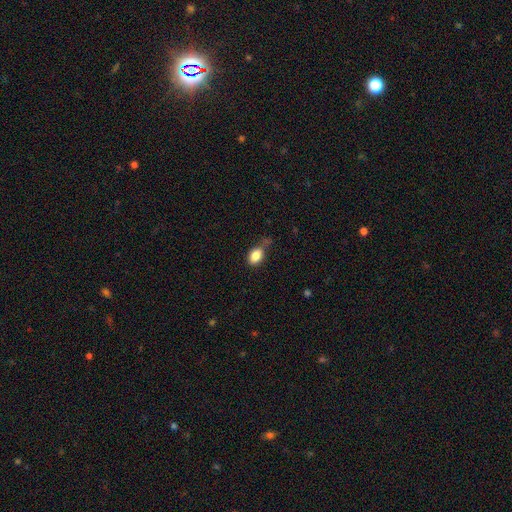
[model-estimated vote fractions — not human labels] smooth 85%, star or artifact 9%, featured or disk 6%. Down the decision tree: how rounded — in between (84%); merging — none (61%).